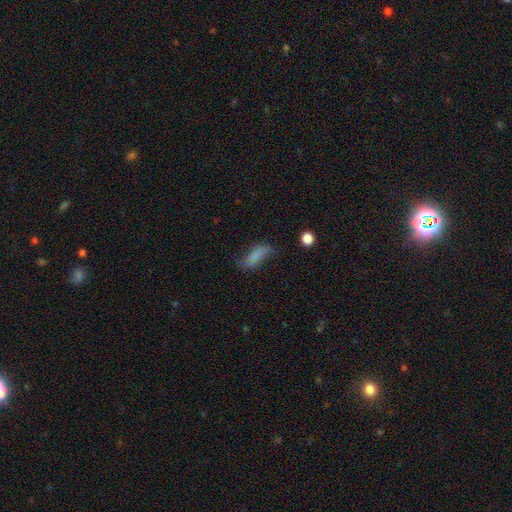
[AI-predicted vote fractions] smooth-or-featured: smooth: 70% | featured or disk: 20% | star or artifact: 10%
  how-rounded: in between: 70% | cigar-shaped: 26% | round: 4%
  merging: none: 54% | minor disturbance: 29% | major disturbance: 15% | merger: 3%